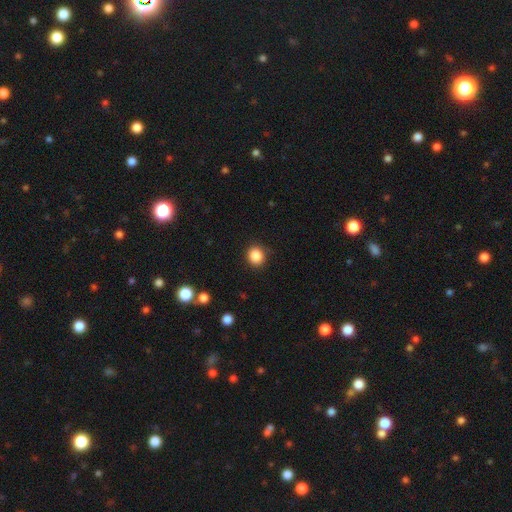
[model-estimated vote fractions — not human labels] Overall: smooth (87%). How rounded: round (84%). Merging: none (87%).